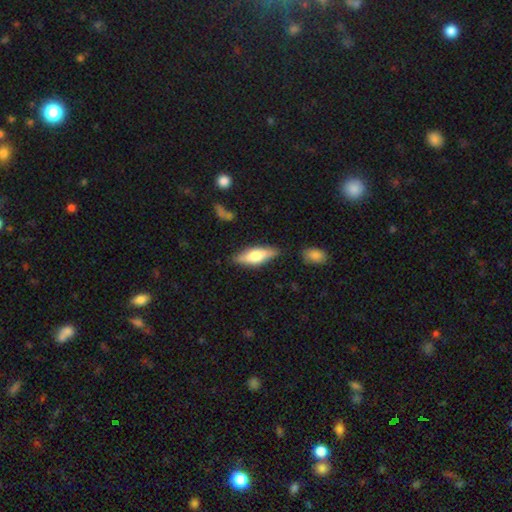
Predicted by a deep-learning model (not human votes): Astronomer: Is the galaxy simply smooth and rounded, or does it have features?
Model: smooth — 59% (runner-up: featured or disk, 35%).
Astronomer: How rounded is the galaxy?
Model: in between — 53% (runner-up: cigar-shaped, 45%).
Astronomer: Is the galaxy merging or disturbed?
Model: none — 80%.